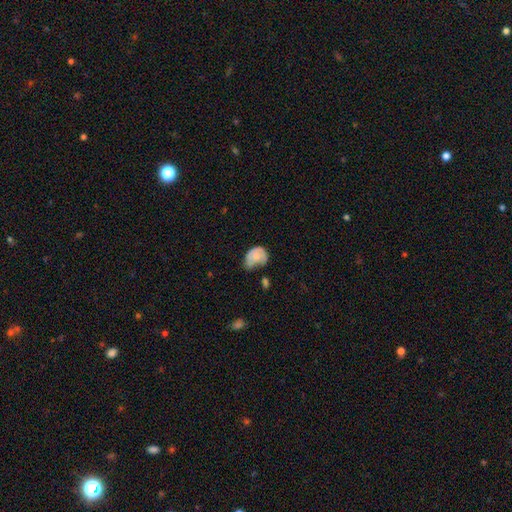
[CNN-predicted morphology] Smooth or featured: smooth — 48% (featured or disk — 45%)
Merging: minor disturbance — 41% (none — 28%)